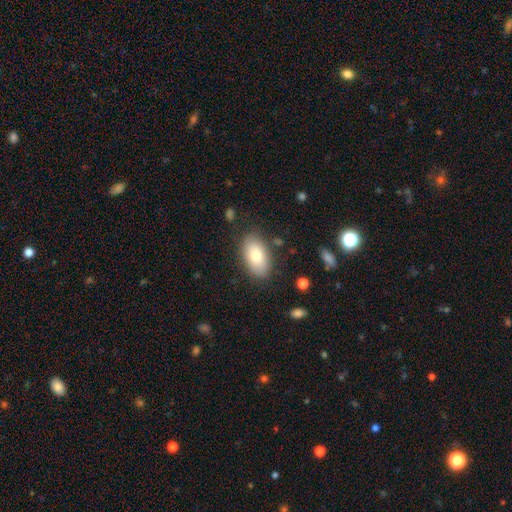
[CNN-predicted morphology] A smooth galaxy with no disk features (76%) that is in between round and cigar-shaped (92%).

Vote fractions:
- Smooth or featured? smooth: 76% / featured or disk: 16% / star or artifact: 7%
- How rounded? in between: 92% / round: 6% / cigar-shaped: 2%
- Merging? none: 83% / minor disturbance: 12% / major disturbance: 3% / merger: 2%